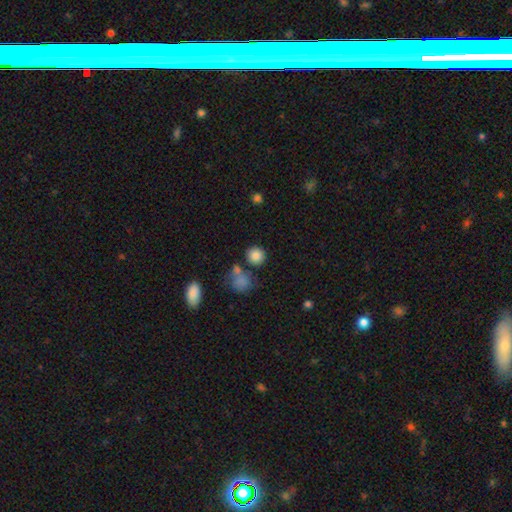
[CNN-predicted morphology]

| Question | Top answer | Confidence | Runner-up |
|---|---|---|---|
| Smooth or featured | smooth | 83% | star or artifact (11%) |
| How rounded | round | 88% | in between (11%) |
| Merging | none | 77% | merger (11%) |